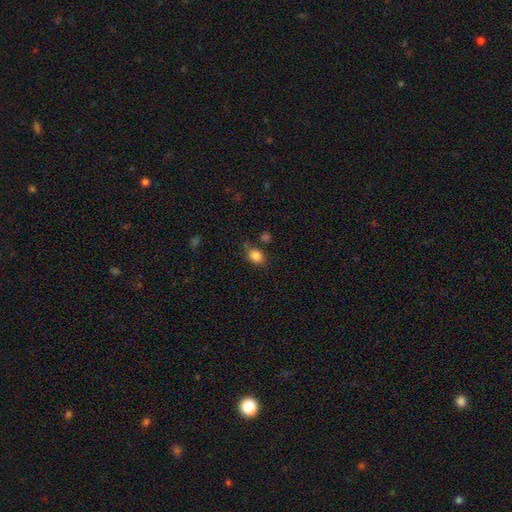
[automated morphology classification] smooth-or-featured: smooth: 85% | star or artifact: 10% | featured or disk: 5%
  how-rounded: in between: 61% | round: 38% | cigar-shaped: 1%
  merging: none: 75% | minor disturbance: 15% | merger: 6% | major disturbance: 4%